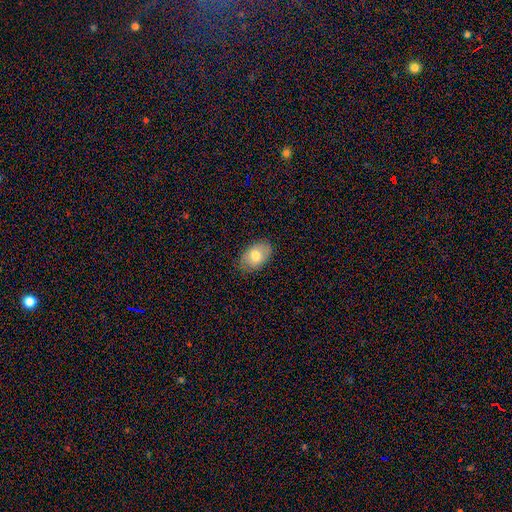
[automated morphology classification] A smooth galaxy with no disk features (73%) that is in between round and cigar-shaped (88%). Merging: none (81%).